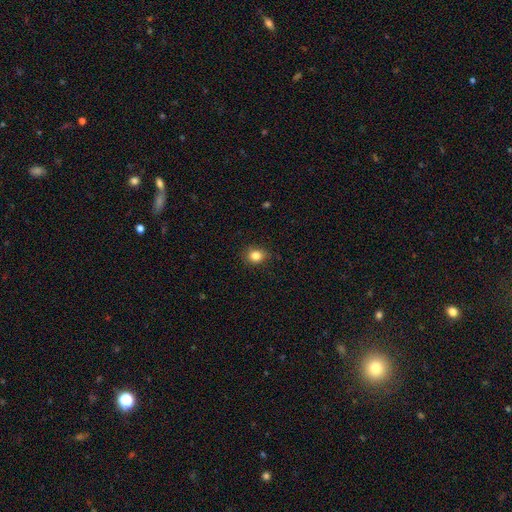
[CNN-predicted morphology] A smooth galaxy with no disk features (84%) that is round (62%).

Vote fractions:
- Smooth or featured? smooth: 84% / star or artifact: 11% / featured or disk: 5%
- How rounded? round: 62% / in between: 37% / cigar-shaped: 1%
- Merging? none: 86% / minor disturbance: 11% / major disturbance: 2% / merger: 1%